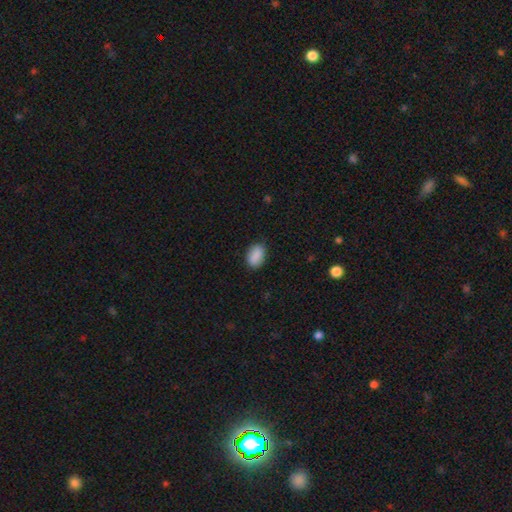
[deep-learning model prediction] Q: Smooth or featured?
A: smooth (89%); runner-up: star or artifact (7%)
Q: How rounded?
A: in between (86%); runner-up: round (12%)
Q: Merging?
A: none (85%); runner-up: minor disturbance (12%)